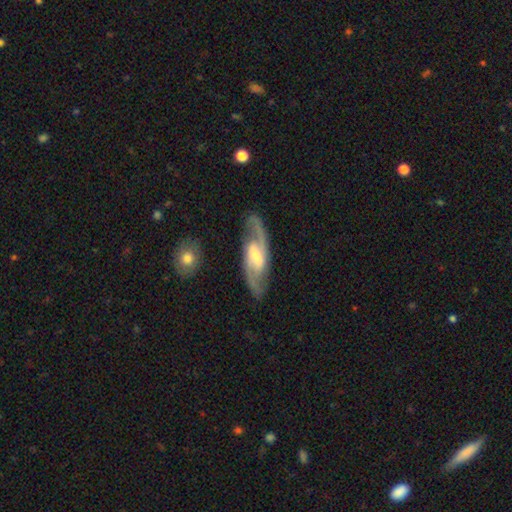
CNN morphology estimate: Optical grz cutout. It shows a featured or disk galaxy (87%) with a weak bar (48%), 2 (92%) medium (57%) spiral arms (97%) and a moderate central bulge (46%). Merging: none (83%).